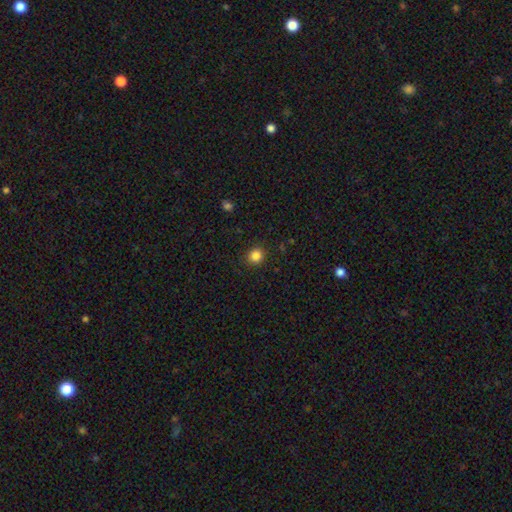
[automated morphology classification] Smooth or featured: smooth — 85% (star or artifact — 11%)
How rounded: round — 88% (in between — 11%)
Merging: none — 90% (minor disturbance — 7%)